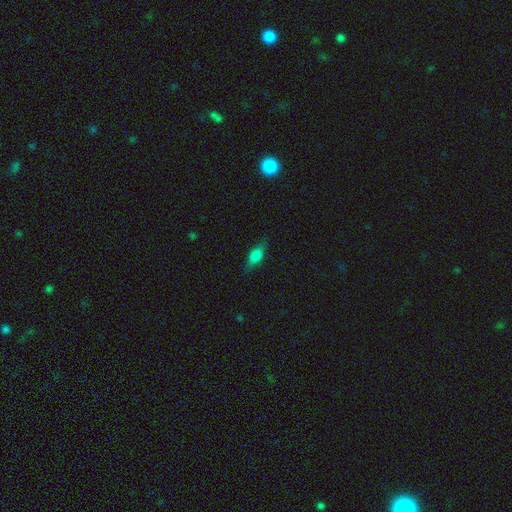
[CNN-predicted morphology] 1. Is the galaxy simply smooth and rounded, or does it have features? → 73% smooth, 18% featured or disk, 9% star or artifact.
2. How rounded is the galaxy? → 75% in between, 20% cigar-shaped, 5% round.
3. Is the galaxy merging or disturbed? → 78% none, 17% minor disturbance, 4% major disturbance, 1% merger.